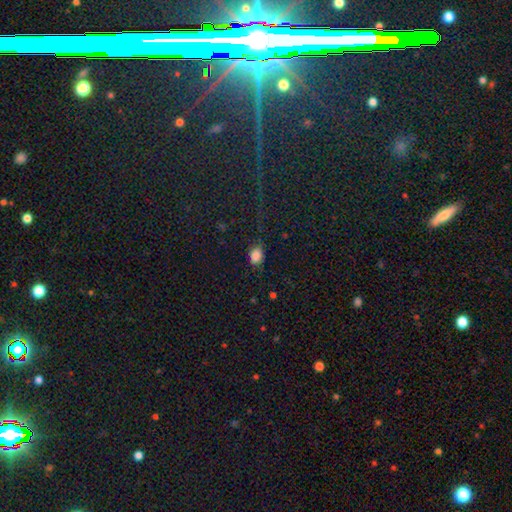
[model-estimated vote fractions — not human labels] A smooth galaxy with no disk features (83%) that is in between round and cigar-shaped (64%).

Vote fractions:
- Smooth or featured? smooth: 83% / star or artifact: 12% / featured or disk: 5%
- How rounded? in between: 64% / round: 34% / cigar-shaped: 1%
- Merging? none: 72% / minor disturbance: 21% / major disturbance: 6% / merger: 2%